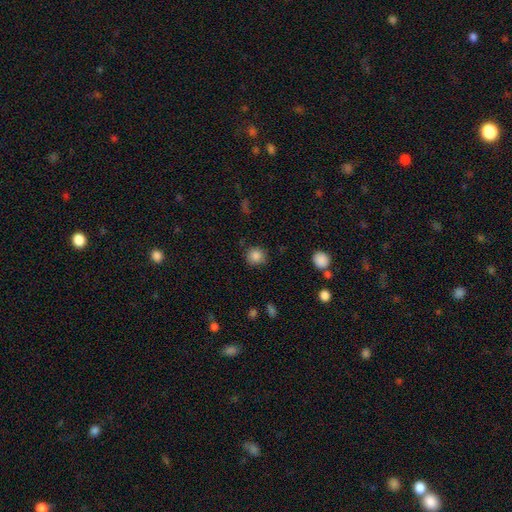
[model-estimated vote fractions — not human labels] A smooth galaxy with no disk features (85%) that is round (90%).

Vote fractions:
- Smooth or featured? smooth: 85% / star or artifact: 10% / featured or disk: 5%
- How rounded? round: 90% / in between: 9% / cigar-shaped: 1%
- Merging? none: 87% / minor disturbance: 9% / major disturbance: 3% / merger: 2%